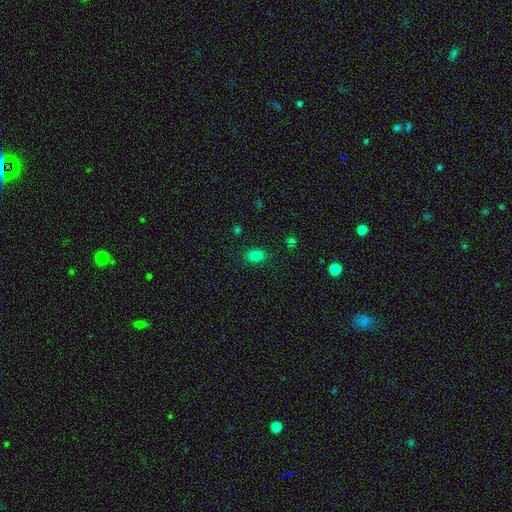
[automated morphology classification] A smooth galaxy with no disk features (81%) that is in between round and cigar-shaped (76%).

Vote fractions:
- Smooth or featured? smooth: 81% / star or artifact: 13% / featured or disk: 5%
- How rounded? in between: 76% / round: 23% / cigar-shaped: 1%
- Merging? none: 86% / minor disturbance: 10% / major disturbance: 3% / merger: 2%